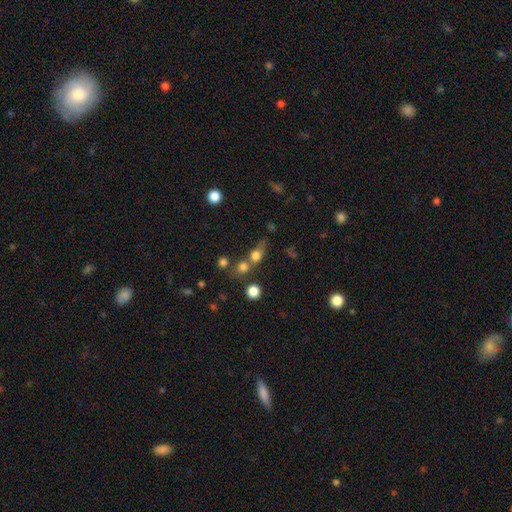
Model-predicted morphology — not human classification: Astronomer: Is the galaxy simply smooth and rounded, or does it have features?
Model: smooth — 73%.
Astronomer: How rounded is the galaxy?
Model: round — 61%.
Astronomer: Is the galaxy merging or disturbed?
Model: none — 40% (runner-up: merger, 39%).